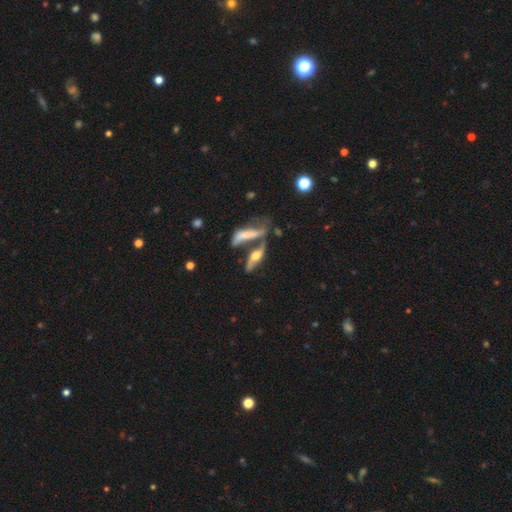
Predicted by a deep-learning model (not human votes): Smooth or featured? featured or disk (67%)
Edge-on disk? yes (58%)
Merging? merger (46%)